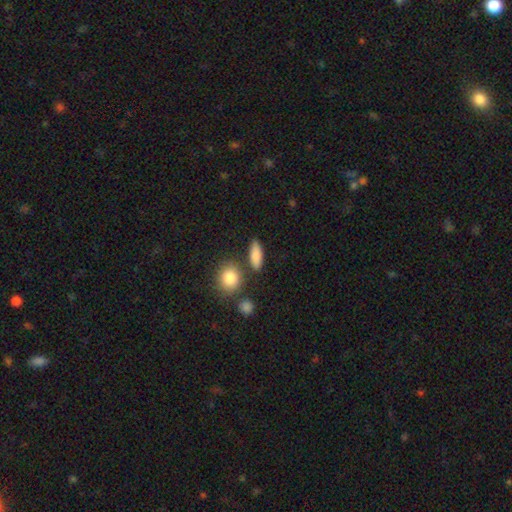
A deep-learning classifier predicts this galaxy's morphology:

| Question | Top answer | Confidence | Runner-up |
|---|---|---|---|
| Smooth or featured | smooth | 85% | featured or disk (8%) |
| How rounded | in between | 62% | cigar-shaped (28%) |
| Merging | none | 79% | minor disturbance (11%) |